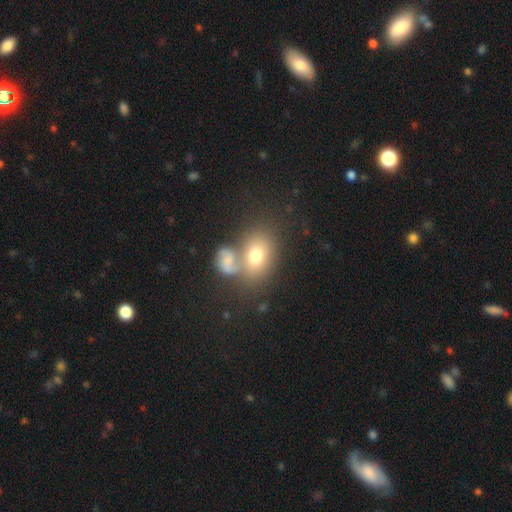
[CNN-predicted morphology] Overall: smooth (70%). How rounded: in between (73%). Merging: merger (41%; none 40%).